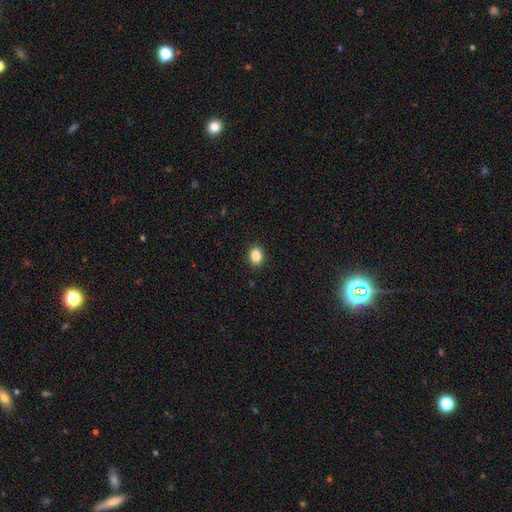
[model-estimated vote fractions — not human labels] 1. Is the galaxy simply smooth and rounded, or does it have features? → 87% smooth, 9% star or artifact, 4% featured or disk.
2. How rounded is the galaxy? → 68% in between, 30% round, 1% cigar-shaped.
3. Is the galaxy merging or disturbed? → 90% none, 8% minor disturbance, 2% major disturbance, 1% merger.